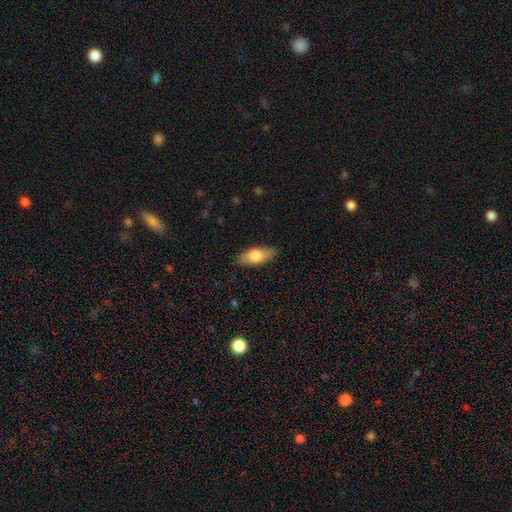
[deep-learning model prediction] Smooth or featured? smooth (73%)
How rounded? in between (80%)
Merging? none (86%)